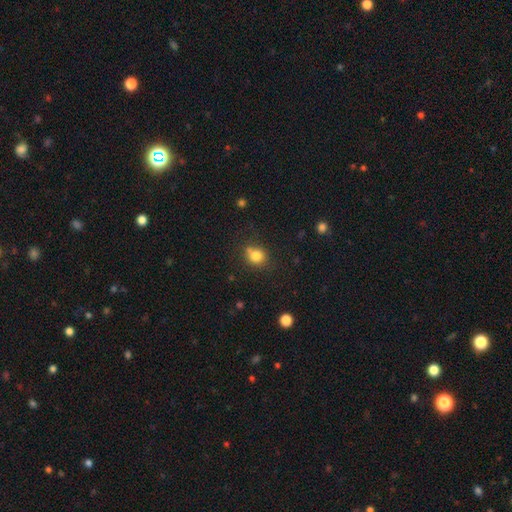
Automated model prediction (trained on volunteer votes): Smooth or featured? smooth (80%)
How rounded? round (77%)
Merging? none (63%)